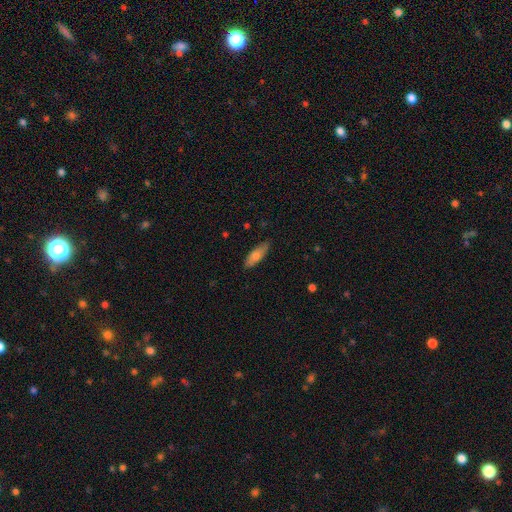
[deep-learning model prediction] This is likely a smooth galaxy (70%). How rounded: possibly in between (60%). Merging: clearly none (86%).